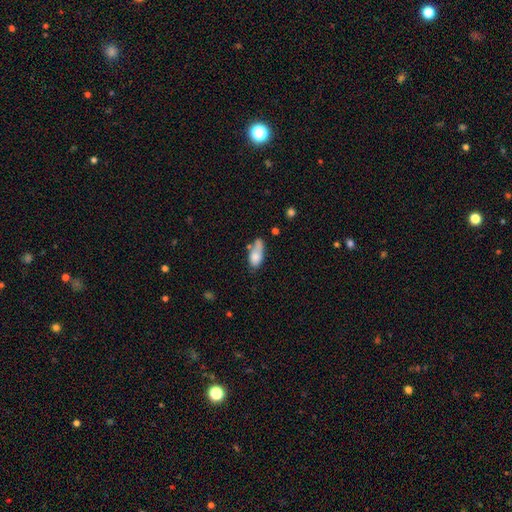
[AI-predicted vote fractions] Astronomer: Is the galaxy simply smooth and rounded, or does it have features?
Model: smooth — 76%.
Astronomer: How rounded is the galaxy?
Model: in between — 80%.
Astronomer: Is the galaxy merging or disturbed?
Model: none — 36% (runner-up: minor disturbance, 28%).